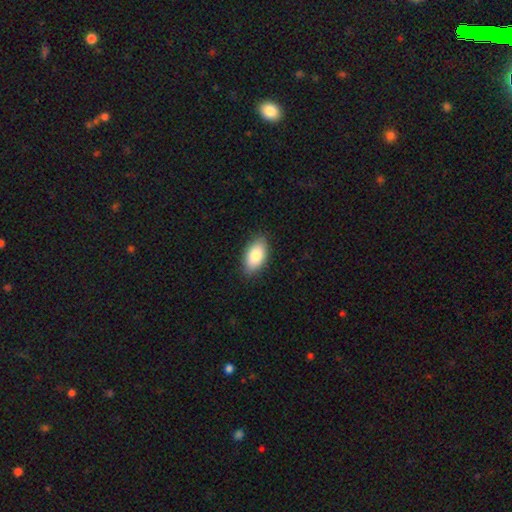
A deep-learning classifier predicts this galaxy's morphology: A smooth galaxy with no disk features (82%) that is in between round and cigar-shaped (94%).

Vote fractions:
- Smooth or featured? smooth: 82% / featured or disk: 11% / star or artifact: 7%
- How rounded? in between: 94% / round: 4% / cigar-shaped: 3%
- Merging? none: 88% / minor disturbance: 10% / major disturbance: 2% / merger: 1%